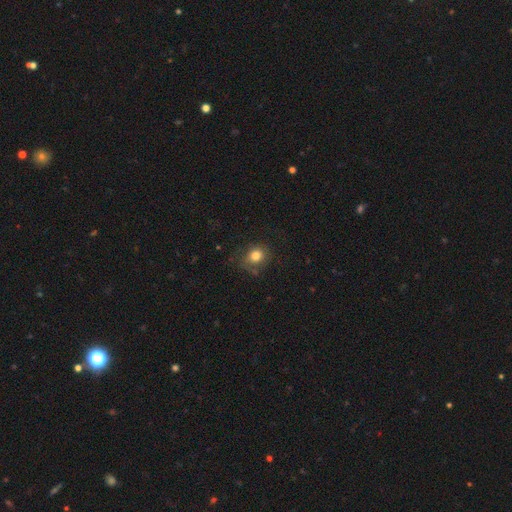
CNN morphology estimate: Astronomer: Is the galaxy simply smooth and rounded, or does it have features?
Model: smooth — 78%.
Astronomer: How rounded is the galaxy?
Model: round — 73%.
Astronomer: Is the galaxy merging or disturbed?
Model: none — 66%.